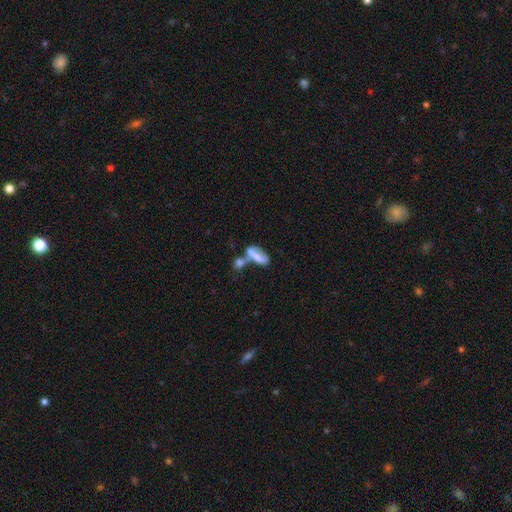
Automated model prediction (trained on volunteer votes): The model was most divided on "smooth or featured": smooth: 59%, featured or disk: 31%, star or artifact: 10%. More confident: how rounded — in between (62%); merging — merger (54%).